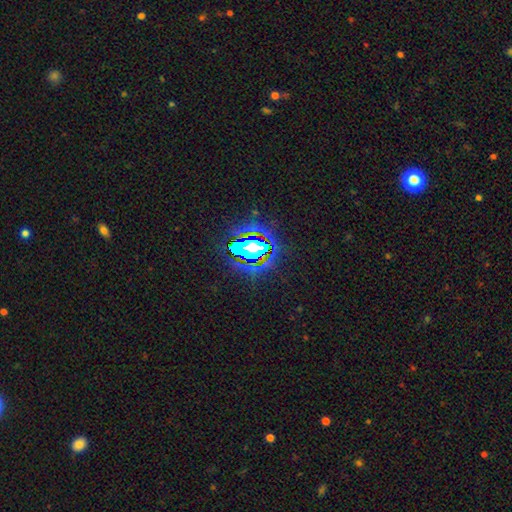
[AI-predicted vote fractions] The model was most divided on "smooth or featured": star or artifact: 84%, smooth: 10%, featured or disk: 7%.